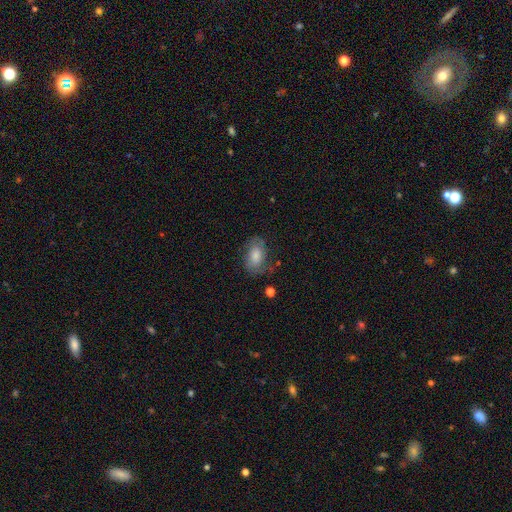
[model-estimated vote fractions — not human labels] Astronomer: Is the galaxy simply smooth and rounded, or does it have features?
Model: smooth — 60%.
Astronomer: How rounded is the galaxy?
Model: in between — 88%.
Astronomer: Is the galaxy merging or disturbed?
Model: none — 62%.